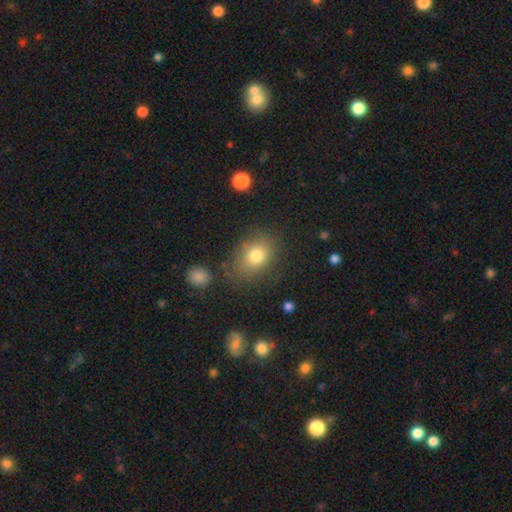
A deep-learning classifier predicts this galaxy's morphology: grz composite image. It shows a smooth galaxy with no disk features (77%) that is in between round and cigar-shaped (58%). Merging: none (73%).